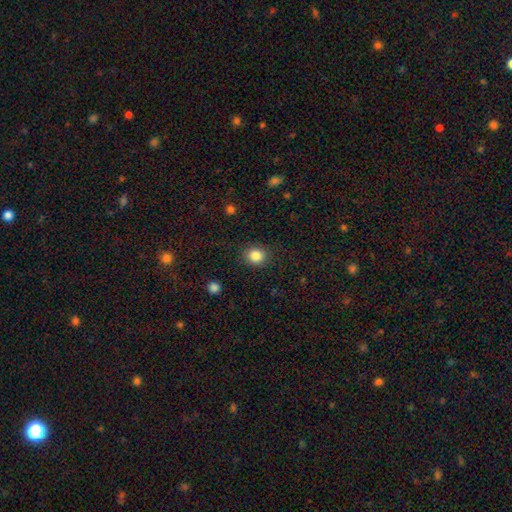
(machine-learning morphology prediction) smooth 85%, star or artifact 11%, featured or disk 5%. Down the decision tree: how rounded — round (79%); merging — none (88%).